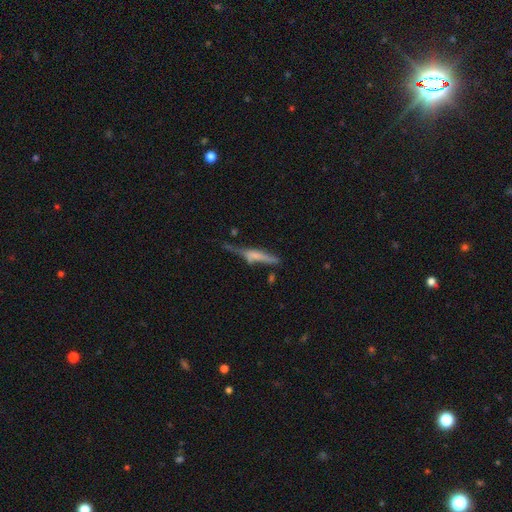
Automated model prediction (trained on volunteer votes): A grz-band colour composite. It shows a featured or disk galaxy (52%) viewed edge-on (89%). Merging: none (48%).